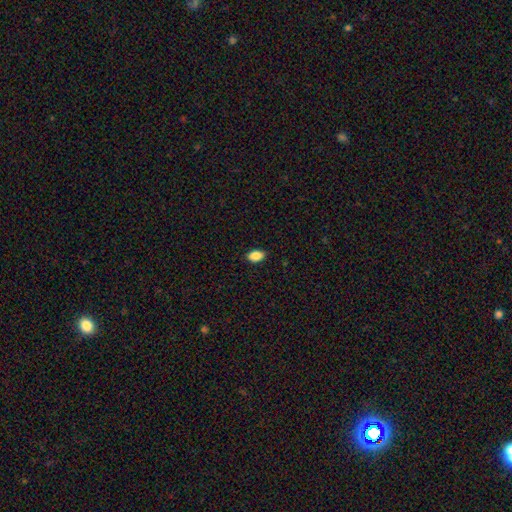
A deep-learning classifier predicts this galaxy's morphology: Overall: smooth (88%). How rounded: in between (89%). Merging: none (89%).